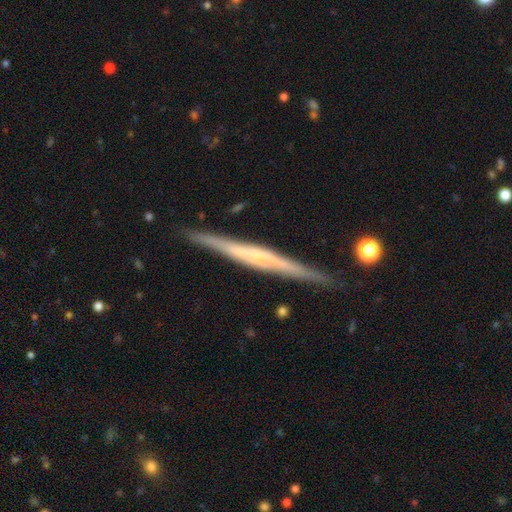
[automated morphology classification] A featured or disk galaxy (75%) viewed edge-on (98%) with no central bulge (44%). Merging: none (89%).